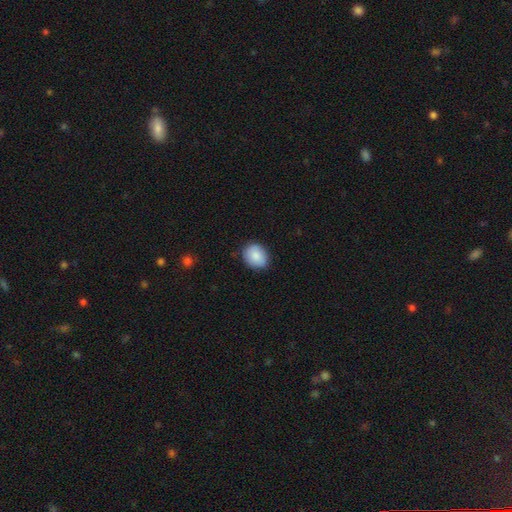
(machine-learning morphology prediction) Overall: smooth (87%). How rounded: round (53%; in between 46%). Merging: none (83%).